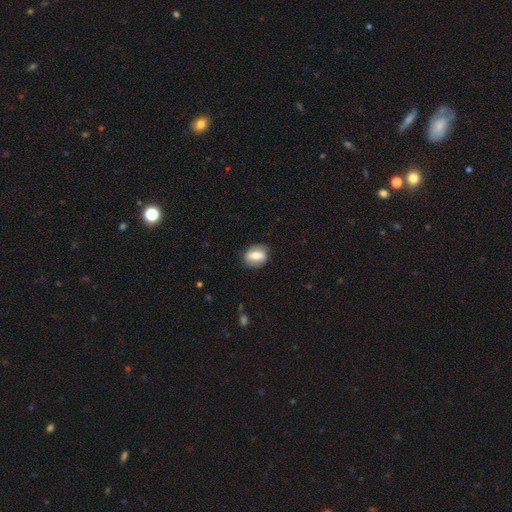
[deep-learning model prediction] Overall: smooth (56%; featured or disk 36%). How rounded: in between (64%; round 34%). Merging: none (81%).